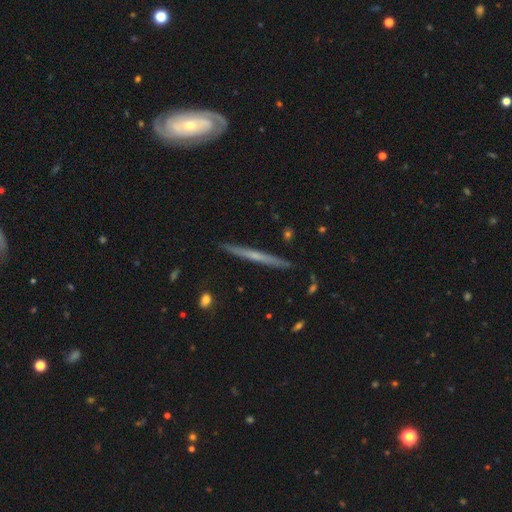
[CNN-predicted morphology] Smooth or featured? featured or disk (58%)
Edge-on disk? yes (97%)
Edge-on bulge? none (70%)
Merging? none (90%)